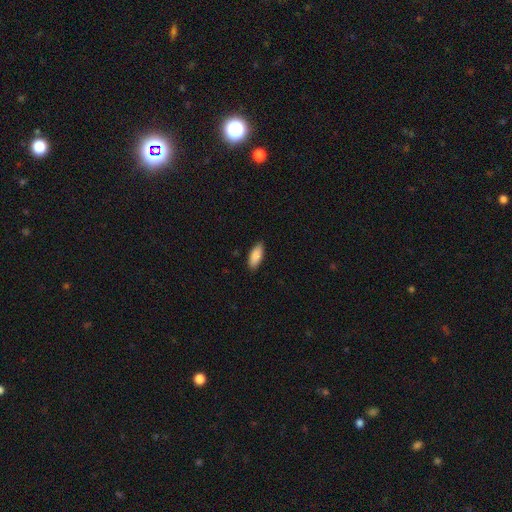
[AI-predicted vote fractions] The model was most divided on "how rounded": in between: 81%, cigar-shaped: 17%, round: 2%. More confident: smooth or featured — smooth (88%); merging — none (87%).